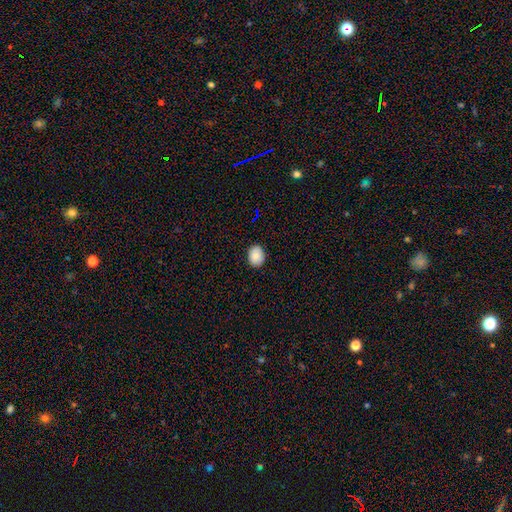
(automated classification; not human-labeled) This is clearly a smooth galaxy (86%). How rounded: possibly in between (59%). Merging: clearly none (89%).